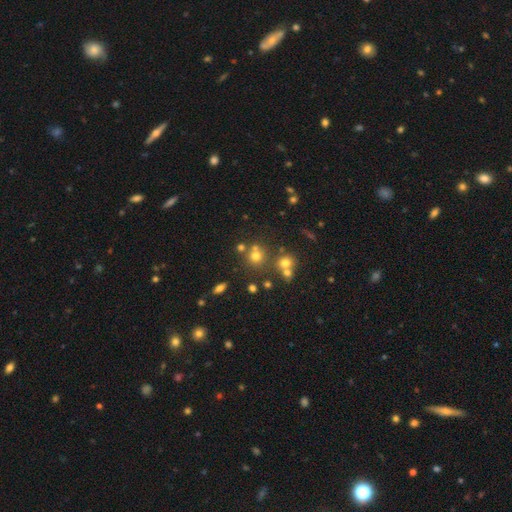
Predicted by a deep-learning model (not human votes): A smooth galaxy with no disk features (64%) that is round (87%).

Vote fractions:
- Smooth or featured? smooth: 64% / star or artifact: 22% / featured or disk: 14%
- How rounded? round: 87% / in between: 12% / cigar-shaped: 1%
- Merging? none: 61% / merger: 25% / minor disturbance: 10% / major disturbance: 4%